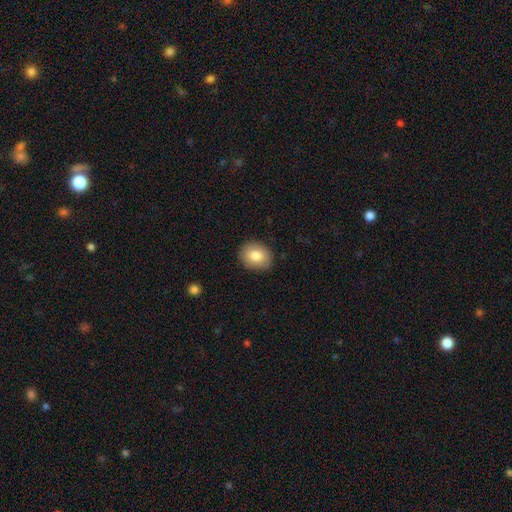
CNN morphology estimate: This appears to be a smooth galaxy with no disk features (82%) that is round (58%). Merging: none (89%).